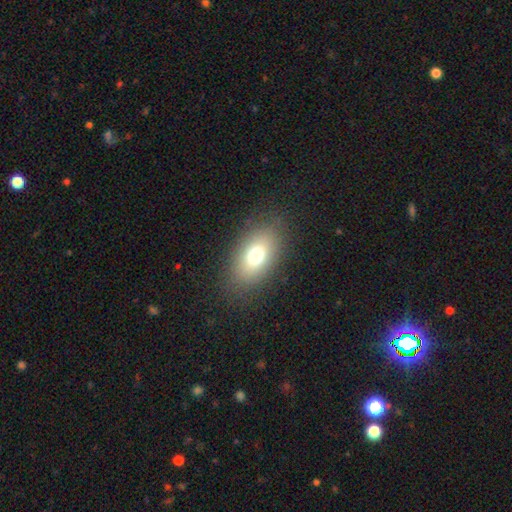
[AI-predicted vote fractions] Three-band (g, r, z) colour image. It shows a smooth galaxy with no disk features (72%) that is in between round and cigar-shaped (85%). Merging: none (84%).